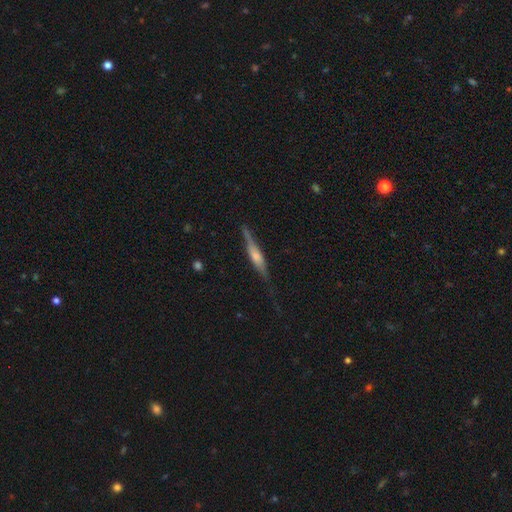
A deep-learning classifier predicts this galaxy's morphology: Overall: featured or disk (60%; smooth 33%). Edge-on disk: yes (95%). Edge-on bulge: rounded (58%; boxy 28%). Merging: none (73%).